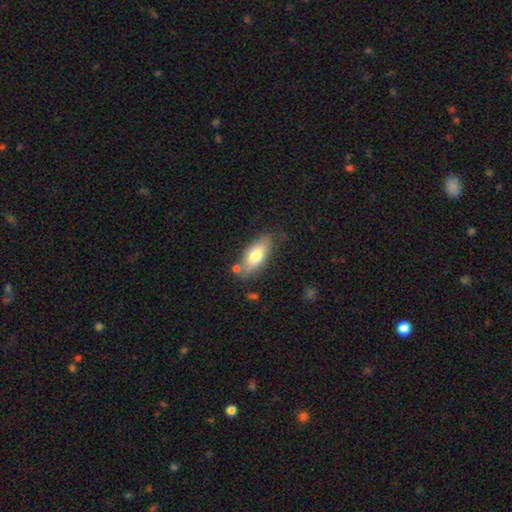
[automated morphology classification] The model was most divided on "smooth or featured": smooth: 74%, featured or disk: 20%, star or artifact: 6%. More confident: how rounded — in between (84%); merging — none (72%).